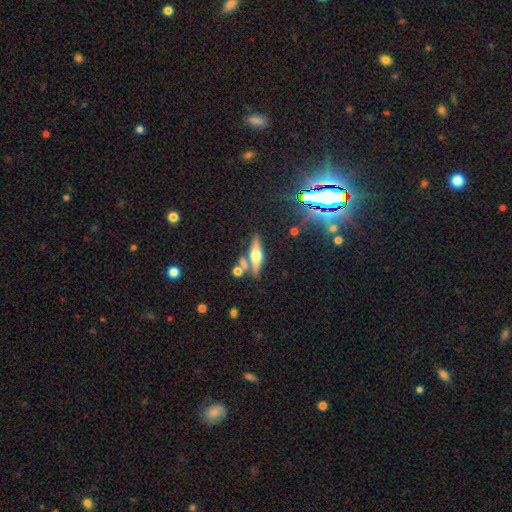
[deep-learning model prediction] Q: Smooth or featured?
A: featured or disk (56%); runner-up: smooth (34%)
Q: Edge-on disk?
A: yes (91%); runner-up: no (9%)
Q: Edge-on bulge?
A: rounded (93%); runner-up: boxy (5%)
Q: Merging?
A: none (67%); runner-up: merger (18%)